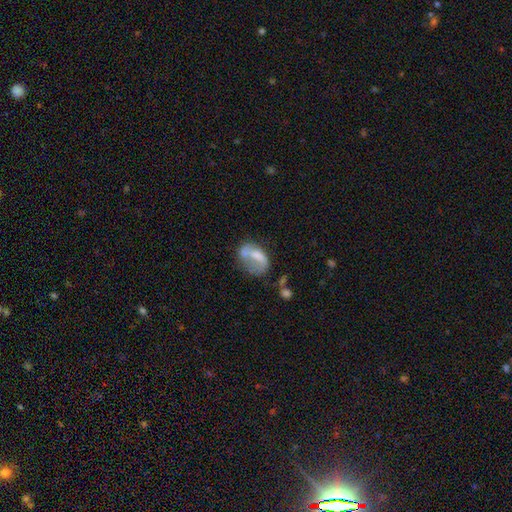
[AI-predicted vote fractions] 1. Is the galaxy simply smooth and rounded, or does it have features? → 46% smooth, 44% featured or disk, 10% star or artifact.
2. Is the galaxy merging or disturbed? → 30% major disturbance, 28% none, 23% minor disturbance, 20% merger.